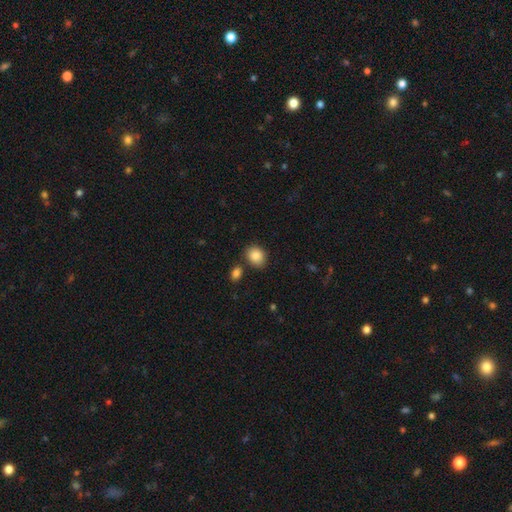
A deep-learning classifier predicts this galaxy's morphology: Smooth or featured: smooth — 87% (star or artifact — 8%)
How rounded: round — 51% (in between — 48%)
Merging: none — 76% (minor disturbance — 13%)